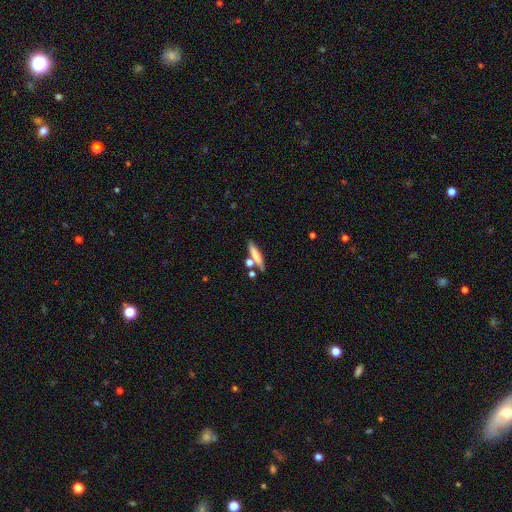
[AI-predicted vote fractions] smooth 71%, featured or disk 21%, star or artifact 7%. Down the decision tree: how rounded — cigar-shaped (81%); merging — none (70%).